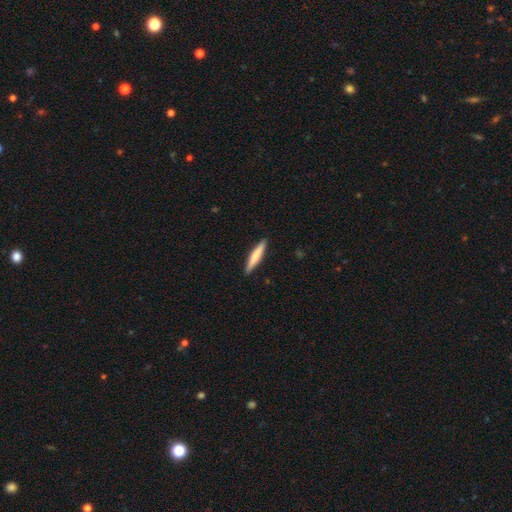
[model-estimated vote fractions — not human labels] smooth_or_featured: smooth (p=0.72) [alt: featured or disk p=0.23]
how_rounded: cigar-shaped (p=0.92) [alt: in between p=0.07]
merging: none (p=0.91) [alt: minor disturbance p=0.07]